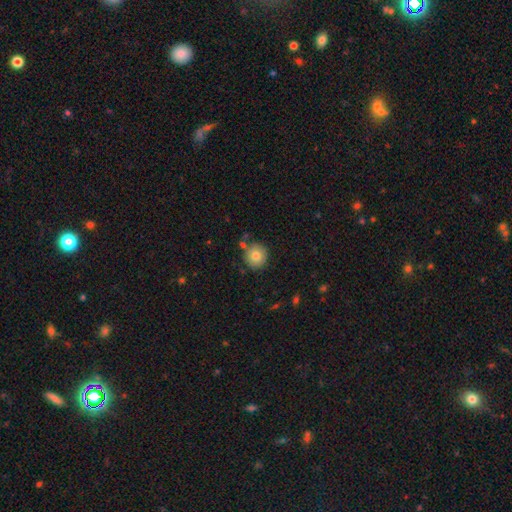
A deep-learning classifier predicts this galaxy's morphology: This is likely a smooth galaxy (79%). How rounded: clearly round (93%). Merging: clearly none (81%).